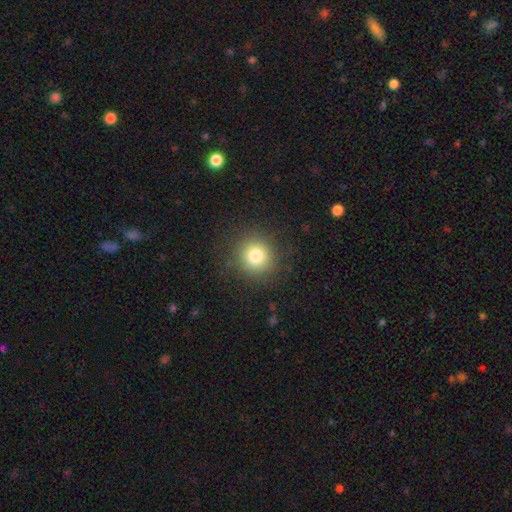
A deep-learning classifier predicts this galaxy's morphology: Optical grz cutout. It shows a smooth galaxy with no disk features (79%) that is round (92%). Merging: none (88%).